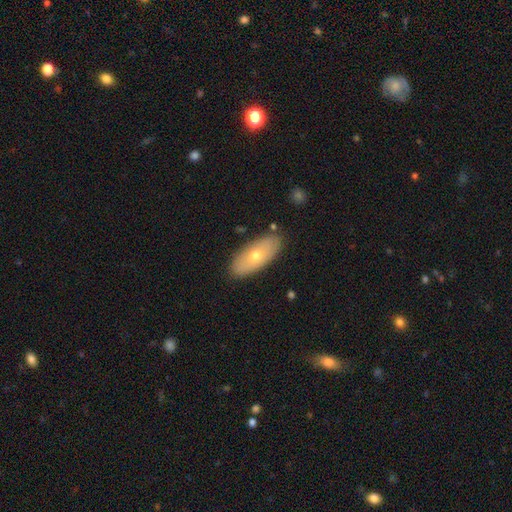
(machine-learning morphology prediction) smooth 62%, featured or disk 32%, star or artifact 6%. Down the decision tree: how rounded — in between (84%); merging — none (86%).